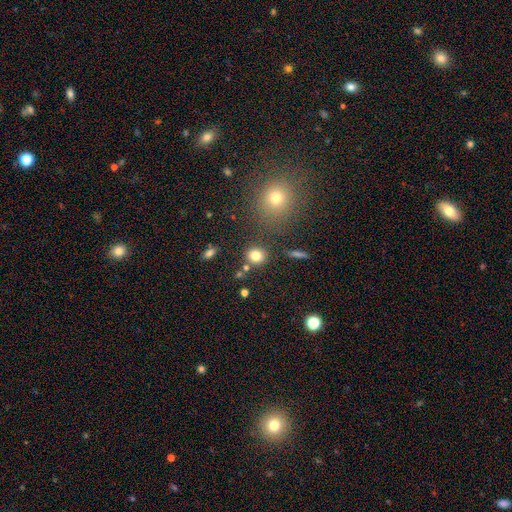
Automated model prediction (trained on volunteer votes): Q: Smooth or featured?
A: smooth (79%); runner-up: star or artifact (13%)
Q: How rounded?
A: round (80%); runner-up: in between (19%)
Q: Merging?
A: none (79%); runner-up: minor disturbance (10%)